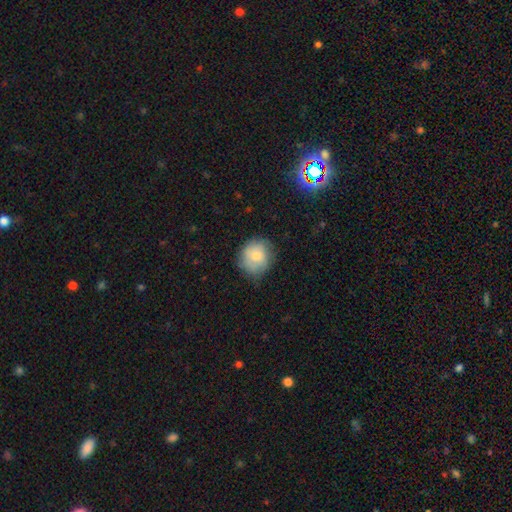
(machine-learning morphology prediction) Smooth or featured? Predicted: smooth (p=0.74). How rounded? Predicted: round (p=0.81). Merging? Predicted: none (p=0.71).